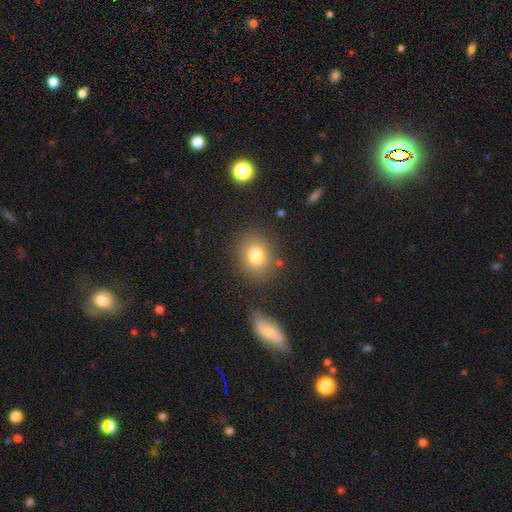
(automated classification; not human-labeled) A smooth galaxy with no disk features (80%) that is round (63%). Merging: none (82%).